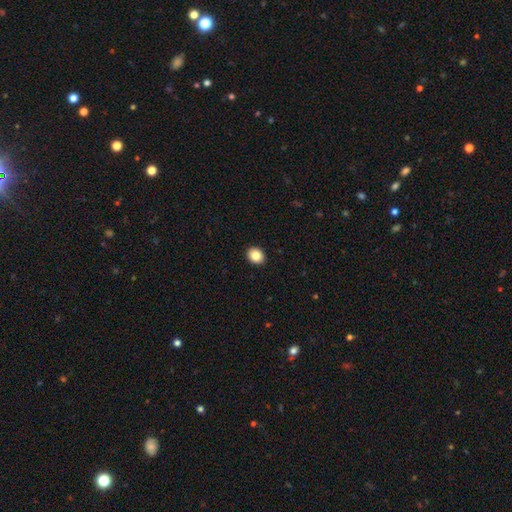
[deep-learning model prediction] smooth 85%, star or artifact 9%, featured or disk 6%. Down the decision tree: how rounded — round (56%); merging — none (92%).